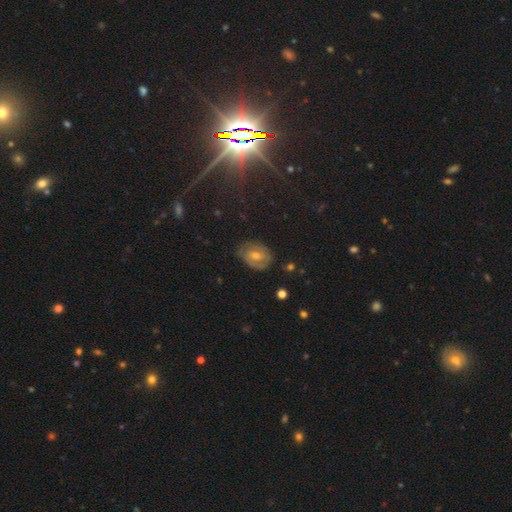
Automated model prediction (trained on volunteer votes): Q: Smooth or featured?
A: featured or disk (53%); runner-up: smooth (31%)
Q: Edge-on disk?
A: no (94%); runner-up: yes (6%)
Q: Merging?
A: none (74%); runner-up: minor disturbance (19%)